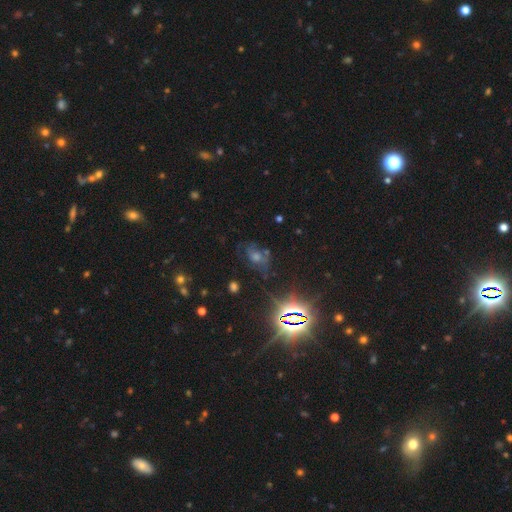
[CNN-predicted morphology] This appears to be a star or artifact, not a galaxy (56%).